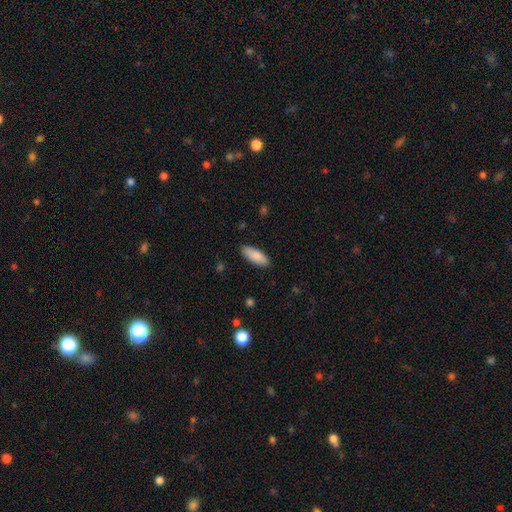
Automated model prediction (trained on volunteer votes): A smooth galaxy with no disk features (88%) that is in between round and cigar-shaped (76%). Merging: none (87%).